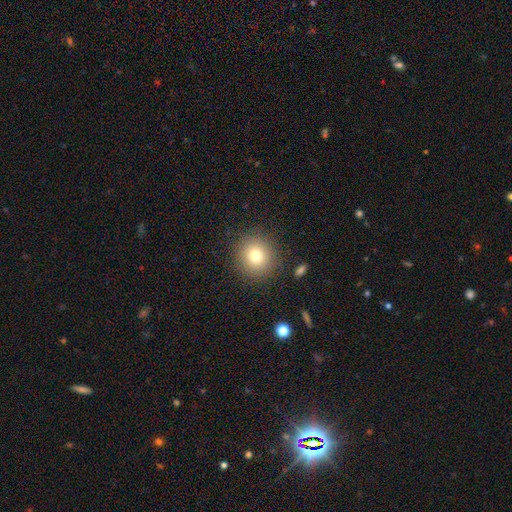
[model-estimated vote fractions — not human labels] This appears to be a smooth galaxy with no disk features (76%) that is round (90%). Merging: none (88%).